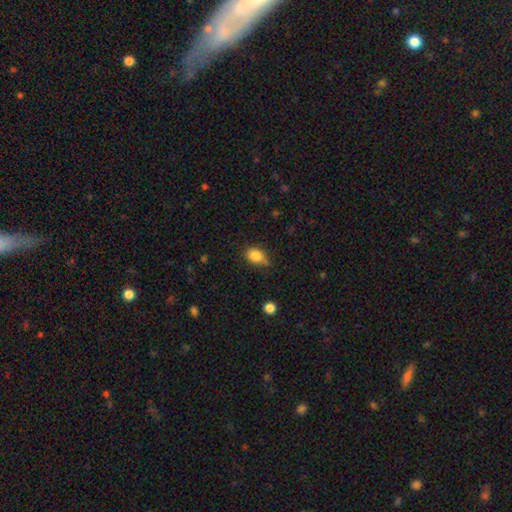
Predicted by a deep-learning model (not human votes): smooth_or_featured: smooth (p=0.84) [alt: star or artifact p=0.09]
how_rounded: in between (p=0.72) [alt: round p=0.27]
merging: none (p=0.65) [alt: minor disturbance p=0.26]